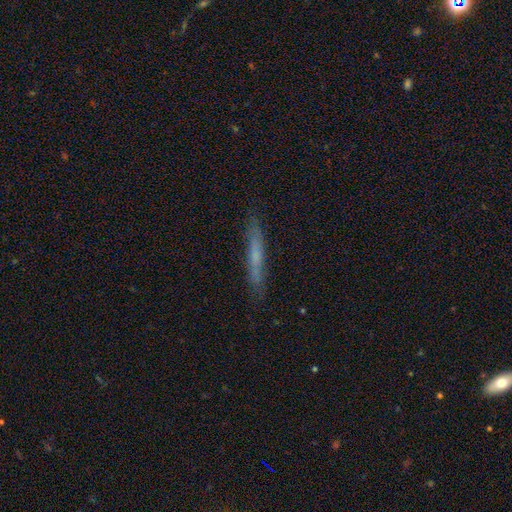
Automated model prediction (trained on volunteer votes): The model was most divided on "smooth or featured": smooth: 51%, featured or disk: 42%, star or artifact: 7%. More confident: how rounded — cigar-shaped (95%); merging — none (87%).